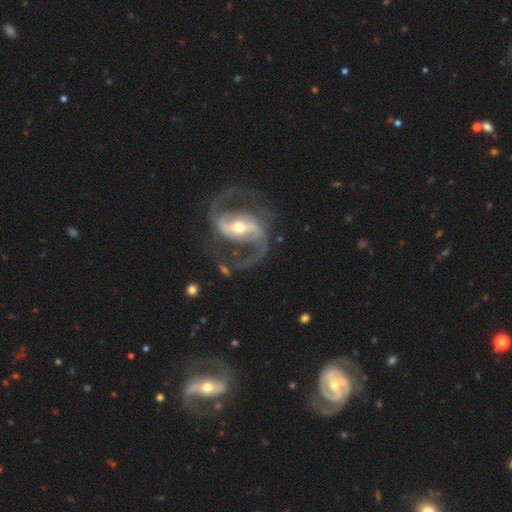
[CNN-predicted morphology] type=featured or disk (89%); edge-on=no (97%); bar=strong (51%); spiral arms=yes (97%); winding=medium (56%); arm count=2 (92%); bulge=moderate (48%); merging=none (71%).